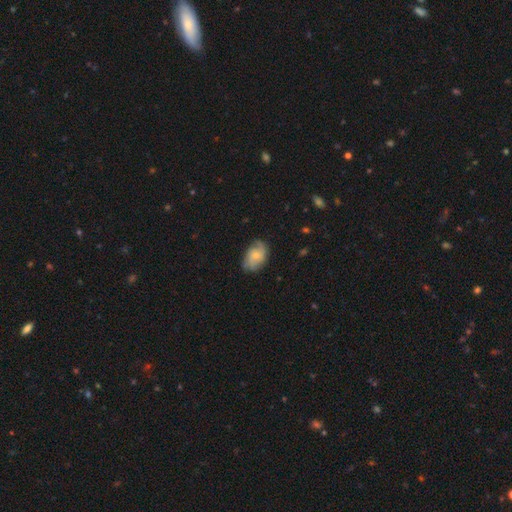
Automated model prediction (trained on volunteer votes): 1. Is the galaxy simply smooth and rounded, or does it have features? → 50% featured or disk, 43% smooth, 7% star or artifact.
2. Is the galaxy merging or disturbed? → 68% none, 24% minor disturbance, 7% major disturbance, 1% merger.